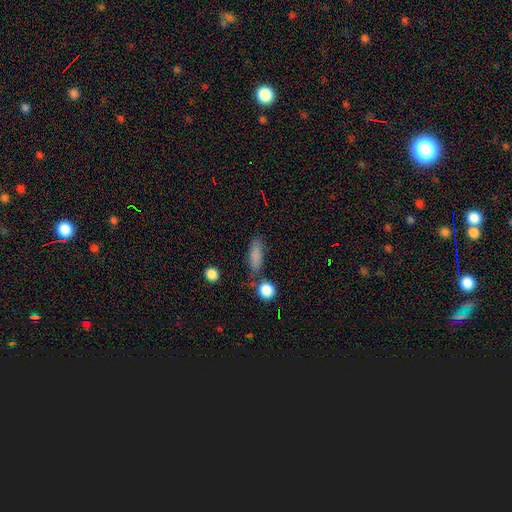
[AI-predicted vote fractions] smooth 81%, star or artifact 10%, featured or disk 9%. Down the decision tree: how rounded — in between (52%); merging — none (68%).